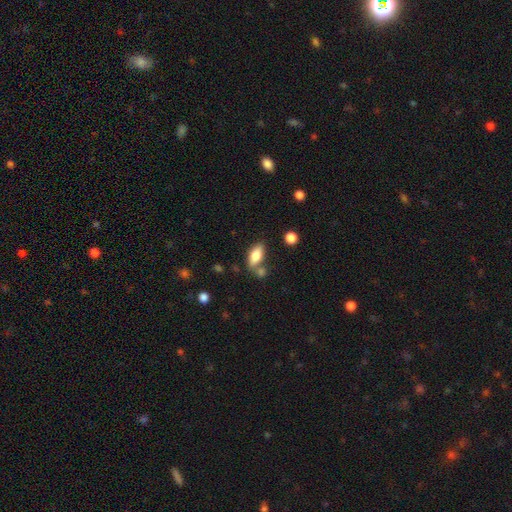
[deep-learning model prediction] This appears to be a smooth galaxy with no disk features (79%) that is in between round and cigar-shaped (86%). Merging: none (62%).